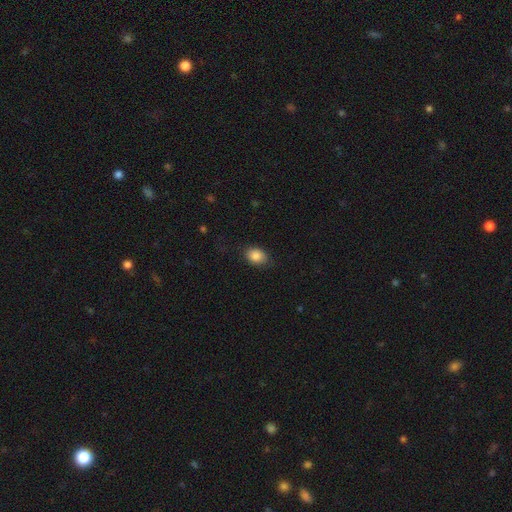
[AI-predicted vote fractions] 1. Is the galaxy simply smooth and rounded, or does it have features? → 86% smooth, 9% star or artifact, 5% featured or disk.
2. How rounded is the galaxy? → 69% in between, 30% round, 1% cigar-shaped.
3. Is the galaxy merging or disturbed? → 82% none, 14% minor disturbance, 3% major disturbance, 1% merger.